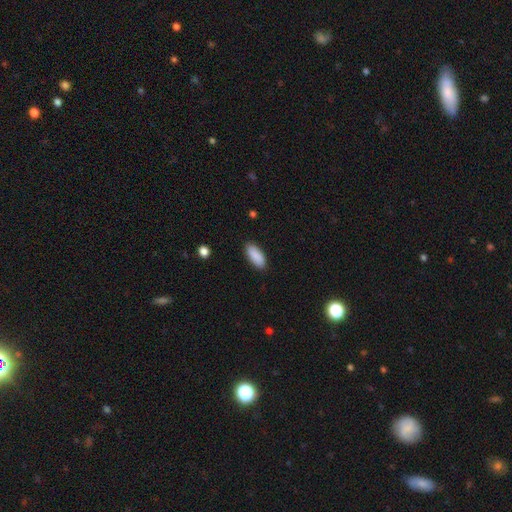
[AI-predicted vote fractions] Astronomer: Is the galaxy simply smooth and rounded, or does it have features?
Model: smooth — 90%.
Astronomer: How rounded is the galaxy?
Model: in between — 85%.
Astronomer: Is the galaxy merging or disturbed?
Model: none — 88%.